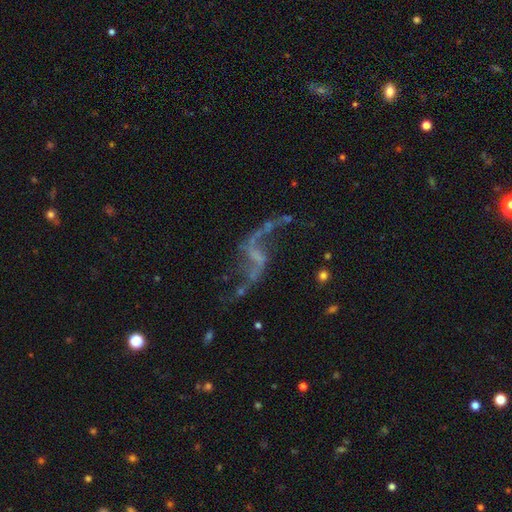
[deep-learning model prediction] smooth_or_featured: featured or disk (p=0.85) [alt: star or artifact p=0.10]
disk_edge_on: no (p=0.96) [alt: yes p=0.04]
bar: weak (p=0.40) [alt: no p=0.35]
has_spiral_arms: yes (p=0.92) [alt: no p=0.08]
spiral_winding: loose (p=0.93) [alt: medium p=0.05]
spiral_arm_count: 2 (p=0.91) [alt: 1 p=0.04]
bulge_size: none (p=0.64) [alt: small p=0.27]
merging: none (p=0.61) [alt: major disturbance p=0.18]